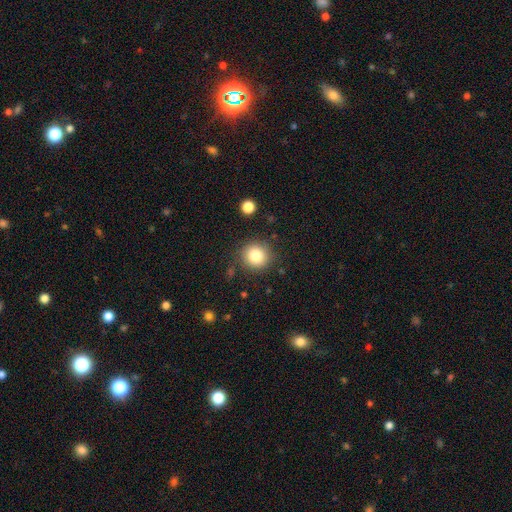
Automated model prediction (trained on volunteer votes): smooth-or-featured: smooth: 82% | star or artifact: 11% | featured or disk: 7%
  how-rounded: round: 91% | in between: 8% | cigar-shaped: 1%
  merging: none: 86% | minor disturbance: 9% | major disturbance: 3% | merger: 2%